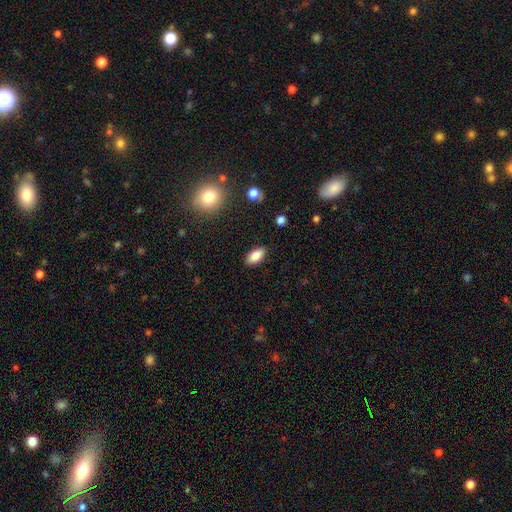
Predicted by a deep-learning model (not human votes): This appears to be a smooth galaxy with no disk features (84%) that is in between round and cigar-shaped (89%). Merging: none (88%).